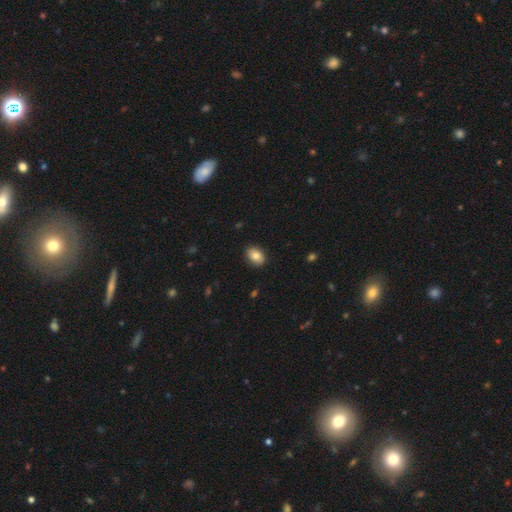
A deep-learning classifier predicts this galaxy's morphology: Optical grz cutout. It shows a smooth galaxy with no disk features (83%) that is in between round and cigar-shaped (74%). Merging: none (87%).